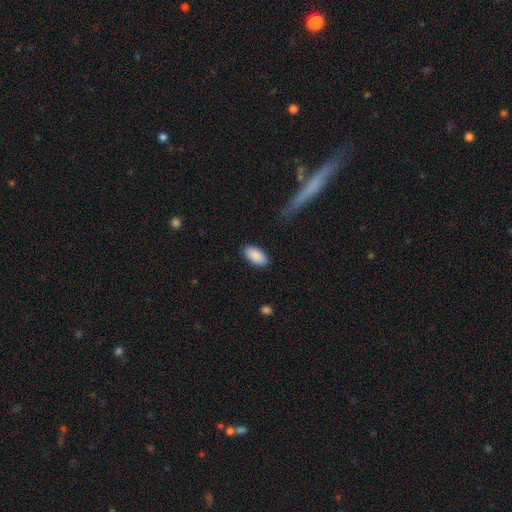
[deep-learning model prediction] A smooth galaxy with no disk features (89%) that is in between round and cigar-shaped (94%).

Vote fractions:
- Smooth or featured? smooth: 89% / star or artifact: 6% / featured or disk: 5%
- How rounded? in between: 94% / cigar-shaped: 4% / round: 2%
- Merging? none: 86% / minor disturbance: 10% / major disturbance: 3% / merger: 1%